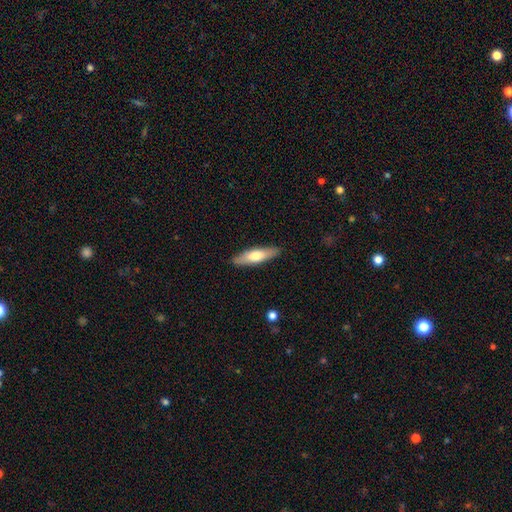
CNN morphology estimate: Smooth or featured? smooth (61%)
How rounded? cigar-shaped (66%)
Merging? none (88%)